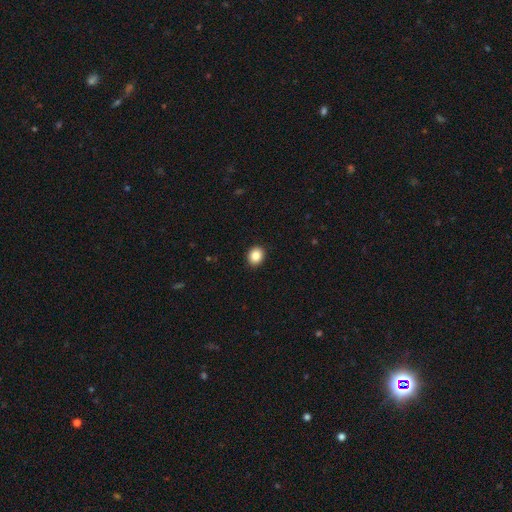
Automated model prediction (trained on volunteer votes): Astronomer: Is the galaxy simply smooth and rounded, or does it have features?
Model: smooth — 87%.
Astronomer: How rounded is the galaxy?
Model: round — 64%.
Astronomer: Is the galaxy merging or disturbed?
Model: none — 92%.